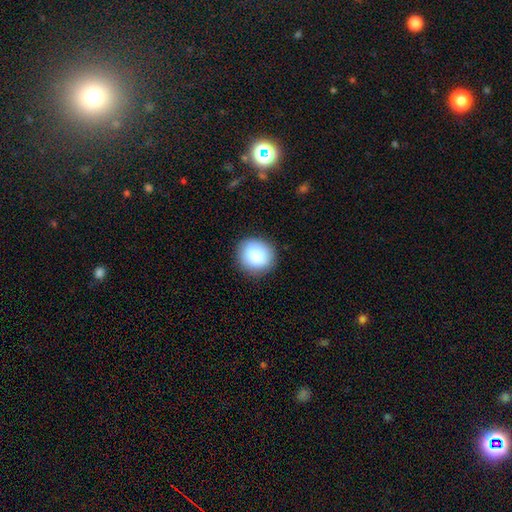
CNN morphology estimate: A smooth galaxy with no disk features (84%) that is round (85%). Merging: none (87%).